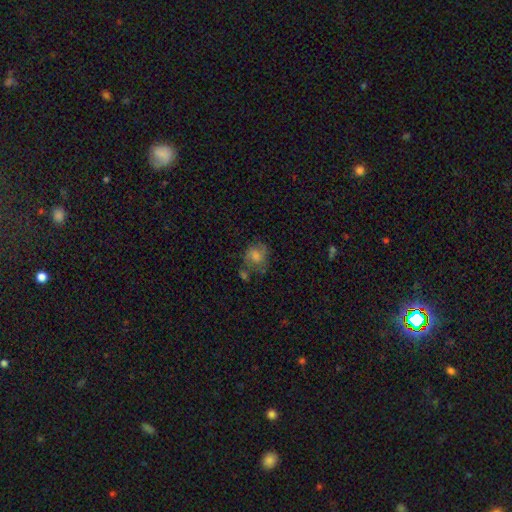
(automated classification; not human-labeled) A smooth galaxy with no disk features (51%) that is round (72%). Merging: none (61%).